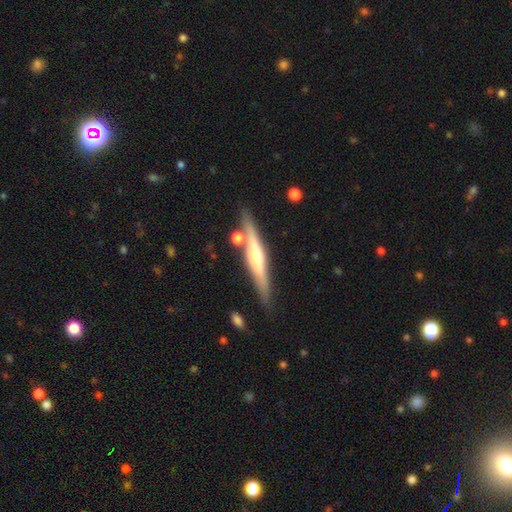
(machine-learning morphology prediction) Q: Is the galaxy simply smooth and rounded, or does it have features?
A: featured or disk — 65%.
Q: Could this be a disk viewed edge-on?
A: yes — 96%.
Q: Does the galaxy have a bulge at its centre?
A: rounded — 76%.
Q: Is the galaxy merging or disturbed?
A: none — 79%.